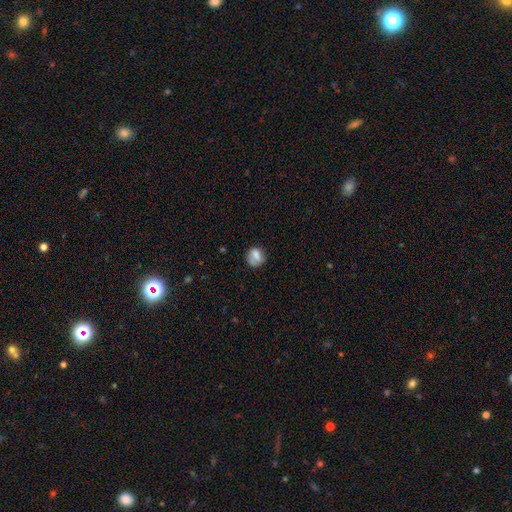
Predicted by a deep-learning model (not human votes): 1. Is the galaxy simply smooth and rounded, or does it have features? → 75% smooth, 15% featured or disk, 10% star or artifact.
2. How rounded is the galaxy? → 73% round, 26% in between, 1% cigar-shaped.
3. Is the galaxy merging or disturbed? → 62% none, 24% minor disturbance, 10% major disturbance, 4% merger.